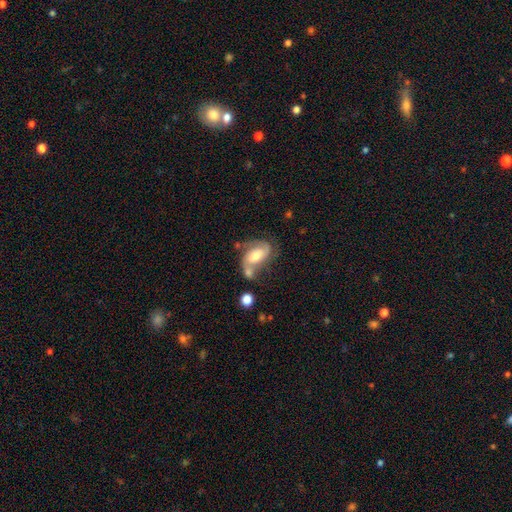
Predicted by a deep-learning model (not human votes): The model was most divided on "bar": weak: 41%, no: 40%, strong: 19%. Remaining: edge-on disk — no (95%); spiral arms — yes (84%); spiral arm count — 2 (69%); smooth or featured — featured or disk (63%); bulge size — moderate (60%); spiral winding — medium (46%); merging — none (36%).